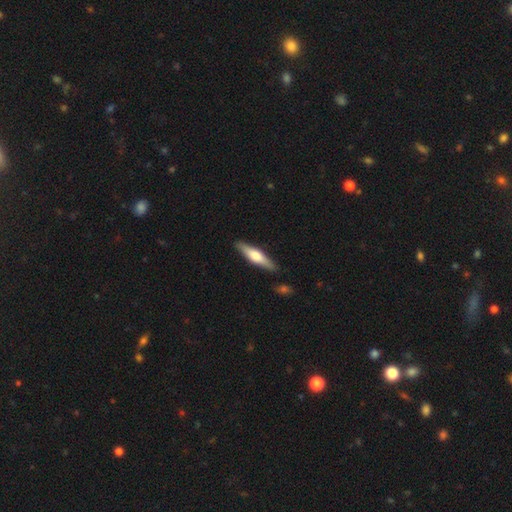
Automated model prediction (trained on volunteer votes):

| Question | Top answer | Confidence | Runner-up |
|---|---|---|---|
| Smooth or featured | smooth | 48% | tied: featured or disk (48%) |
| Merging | none | 89% | minor disturbance (8%) |